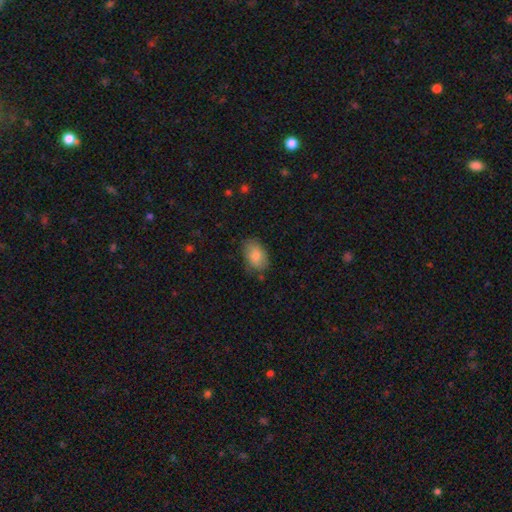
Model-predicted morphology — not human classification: smooth 82%, featured or disk 11%, star or artifact 7%. Down the decision tree: how rounded — in between (88%); merging — none (77%).